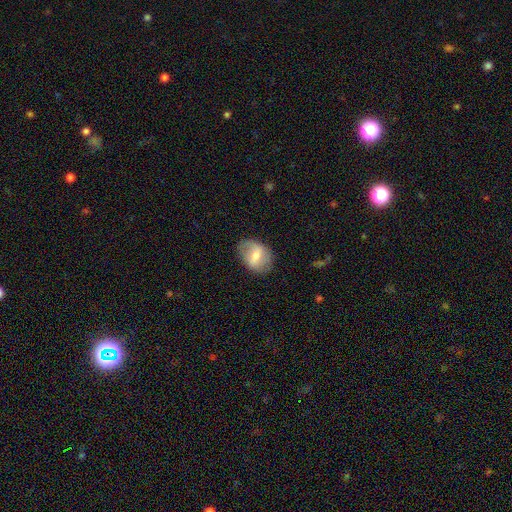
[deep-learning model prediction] A smooth galaxy with no disk features (48%).

Vote fractions:
- Smooth or featured? smooth: 48% / featured or disk: 44% / star or artifact: 7%
- Merging? none: 75% / minor disturbance: 18% / major disturbance: 6% / merger: 1%